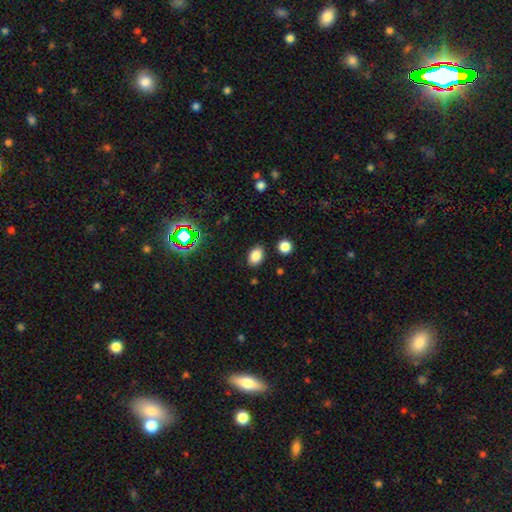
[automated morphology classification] smooth_or_featured: smooth (p=0.82) [alt: star or artifact p=0.12]
how_rounded: in between (p=0.80) [alt: round p=0.19]
merging: none (p=0.84) [alt: minor disturbance p=0.10]